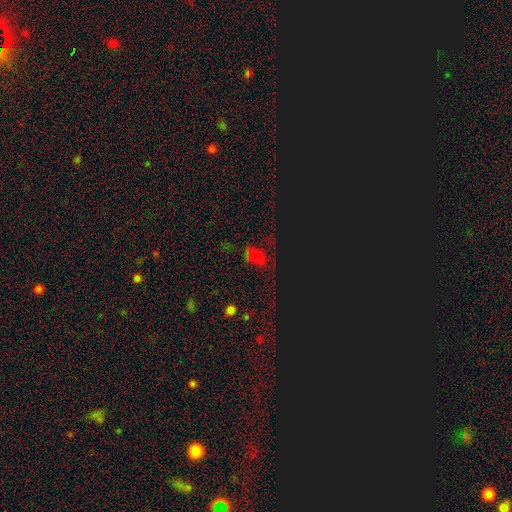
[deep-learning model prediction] Smooth or featured? Predicted: star or artifact (p=0.61).